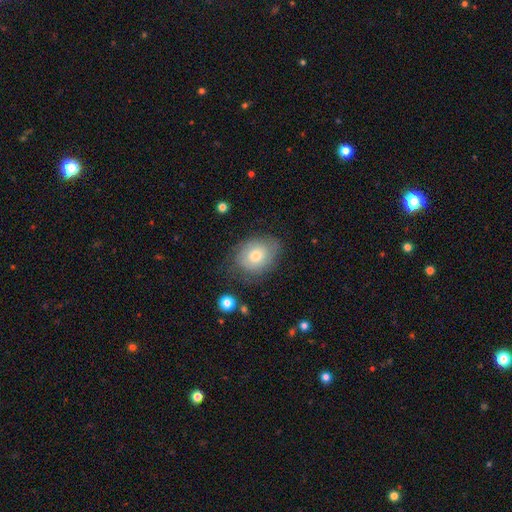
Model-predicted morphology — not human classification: This appears to be a smooth galaxy with no disk features (50%) that is in between round and cigar-shaped (61%). Merging: none (68%).